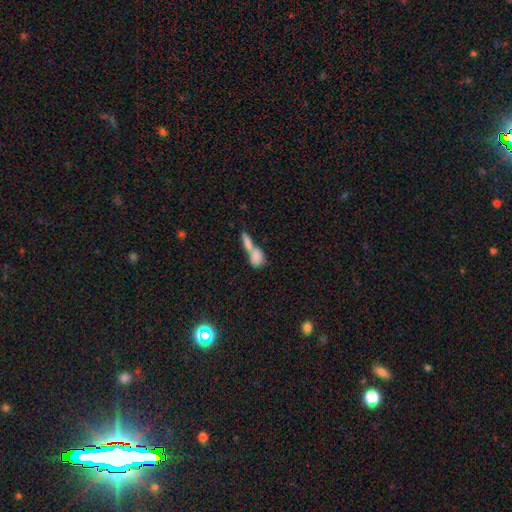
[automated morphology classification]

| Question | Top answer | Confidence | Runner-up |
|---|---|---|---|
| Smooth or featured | smooth | 77% | featured or disk (14%) |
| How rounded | in between | 67% | round (18%) |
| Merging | merger | 71% | none (18%) |